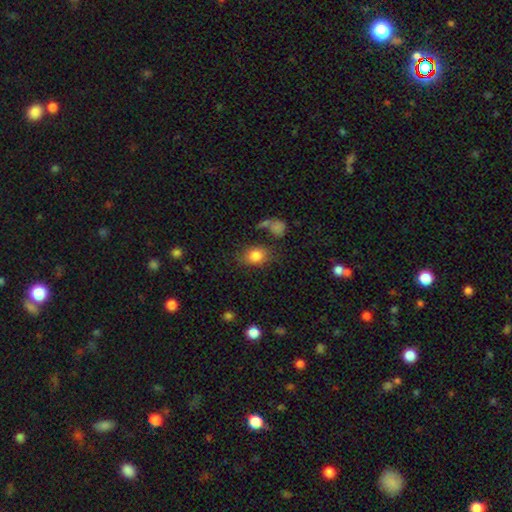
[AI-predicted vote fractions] Overall: smooth (82%). How rounded: in between (67%; round 31%). Merging: none (71%).